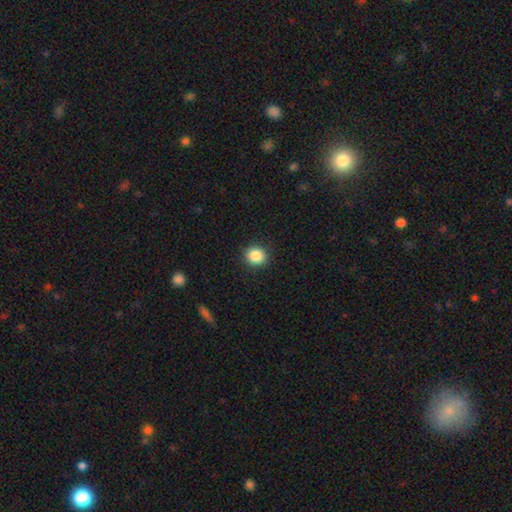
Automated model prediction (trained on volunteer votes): smooth-or-featured: smooth: 87% | star or artifact: 10% | featured or disk: 4%
  how-rounded: round: 87% | in between: 12% | cigar-shaped: 1%
  merging: none: 91% | minor disturbance: 6% | major disturbance: 2% | merger: 1%